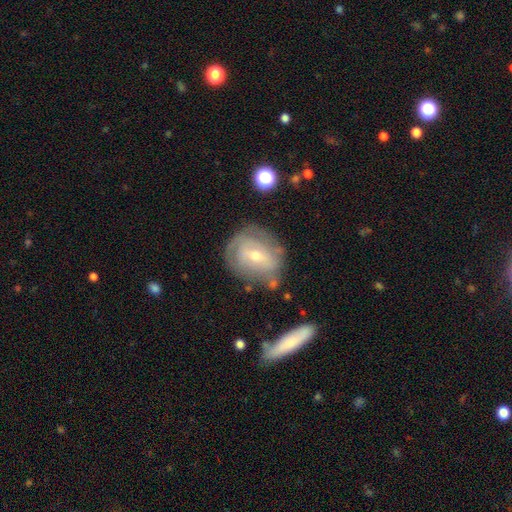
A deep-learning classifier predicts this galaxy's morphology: A featured or disk galaxy (67%) with a weak bar (44%), spiral arms (75%) and a small central bulge (51%).

Vote fractions:
- Smooth or featured? featured or disk: 67% / smooth: 26% / star or artifact: 8%
- Edge-on disk? no: 94% / yes: 6%
- Bar? weak: 44% / no: 40% / strong: 16%
- Spiral arms? yes: 75% / no: 25%
- Bulge size? small: 51% / moderate: 45% / large: 2% / none: 1% / dominant: 1%
- Merging? none: 65% / minor disturbance: 21% / major disturbance: 9% / merger: 5%